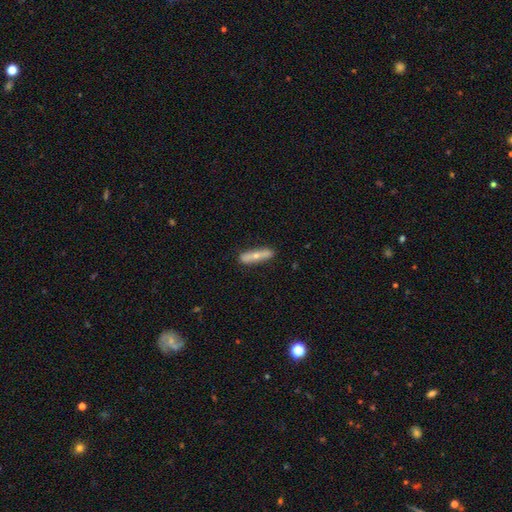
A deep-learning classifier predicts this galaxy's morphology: Smooth or featured? Predicted: smooth (p=0.51). How rounded? Predicted: cigar-shaped (p=0.80). Merging? Predicted: none (p=0.84).